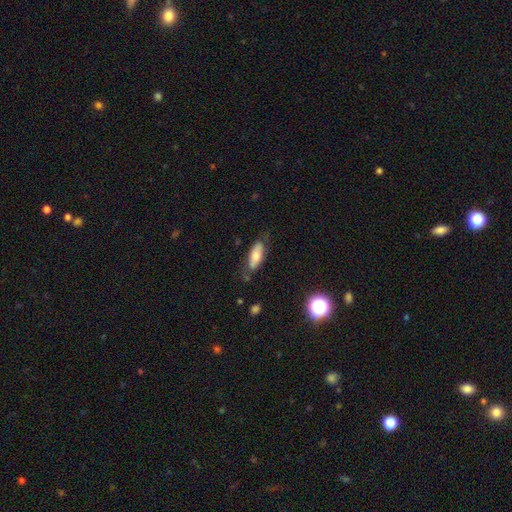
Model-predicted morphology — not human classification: smooth_or_featured: smooth (p=0.68) [alt: featured or disk p=0.25]
how_rounded: in between (p=0.69) [alt: cigar-shaped p=0.29]
merging: none (p=0.66) [alt: minor disturbance p=0.24]